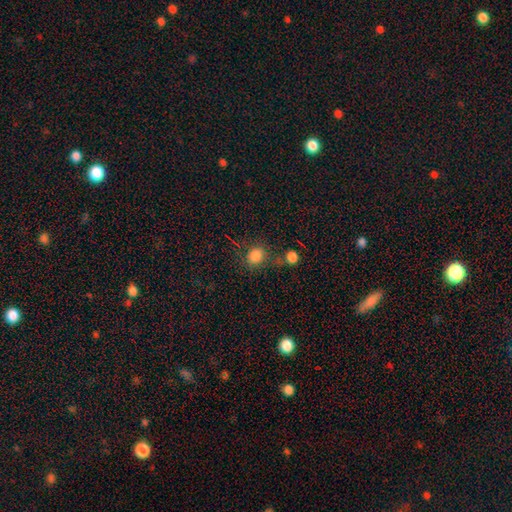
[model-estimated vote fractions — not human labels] Smooth or featured? Predicted: smooth (p=0.83). How rounded? Predicted: round (p=0.70). Merging? Predicted: none (p=0.70).